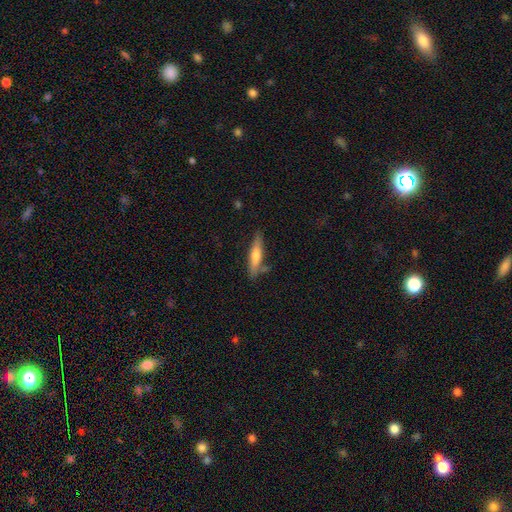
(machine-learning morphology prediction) smooth_or_featured: smooth (p=0.57) [alt: featured or disk p=0.37]
how_rounded: cigar-shaped (p=0.81) [alt: in between p=0.17]
merging: none (p=0.71) [alt: minor disturbance p=0.18]